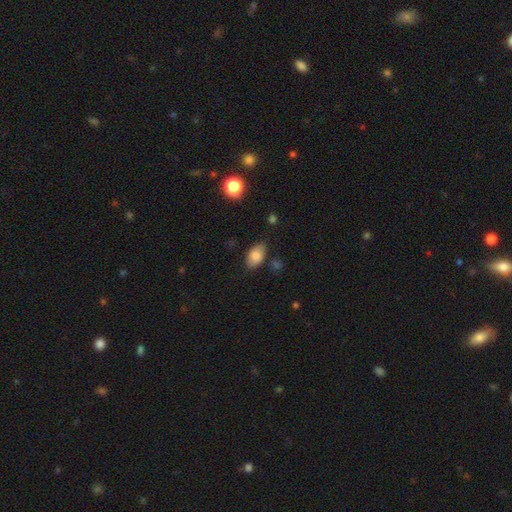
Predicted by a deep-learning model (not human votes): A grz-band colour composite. It shows a smooth galaxy with no disk features (82%) that is in between round and cigar-shaped (91%). Merging: none (79%).